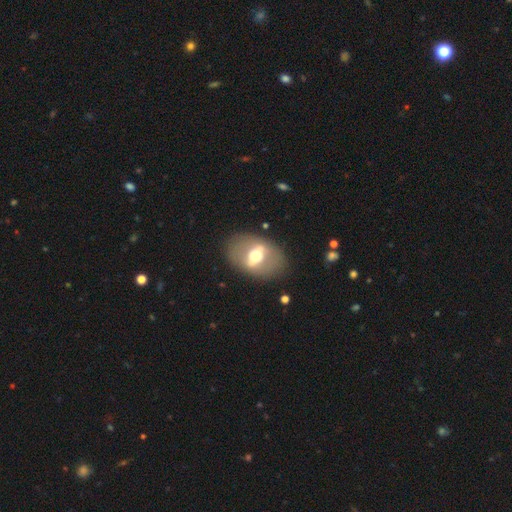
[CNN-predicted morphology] Smooth or featured? featured or disk (61%)
Edge-on disk? no (75%)
Merging? none (83%)